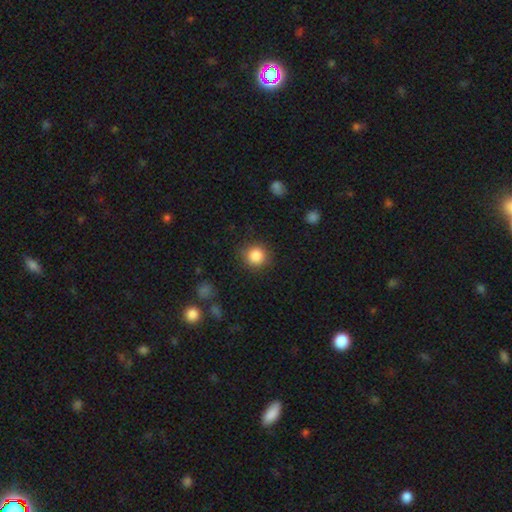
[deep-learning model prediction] Smooth or featured? smooth (86%)
How rounded? round (92%)
Merging? none (87%)